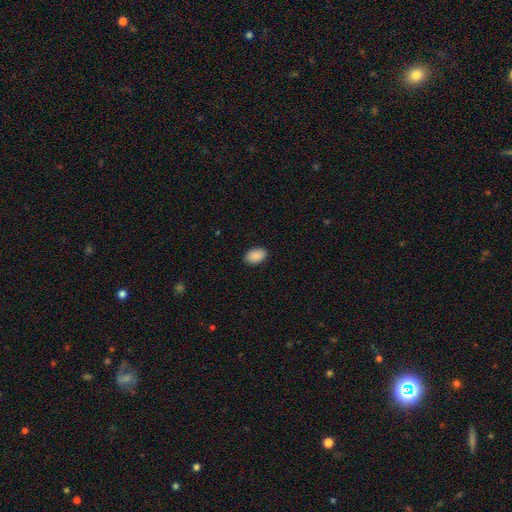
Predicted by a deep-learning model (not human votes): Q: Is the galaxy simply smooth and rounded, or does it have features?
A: smooth — 91%.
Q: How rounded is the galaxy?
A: in between — 92%.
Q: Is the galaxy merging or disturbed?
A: none — 89%.